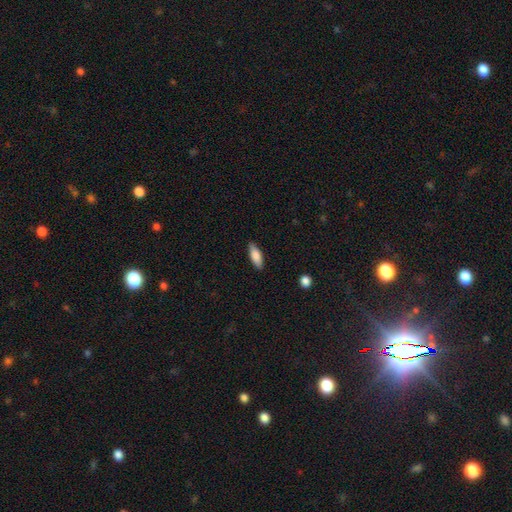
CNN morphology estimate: A smooth galaxy with no disk features (81%) that is in between round and cigar-shaped (64%).

Vote fractions:
- Smooth or featured? smooth: 81% / featured or disk: 13% / star or artifact: 6%
- How rounded? in between: 64% / cigar-shaped: 34% / round: 2%
- Merging? none: 86% / minor disturbance: 11% / major disturbance: 2% / merger: 1%